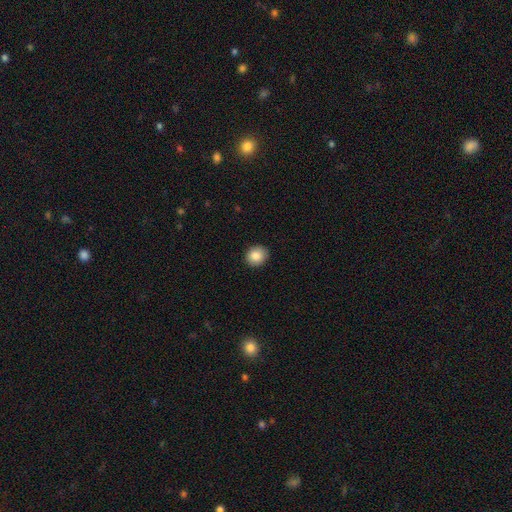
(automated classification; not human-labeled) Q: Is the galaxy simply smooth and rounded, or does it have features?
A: smooth — 86%.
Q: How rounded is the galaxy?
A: round — 82%.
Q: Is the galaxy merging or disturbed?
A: none — 90%.